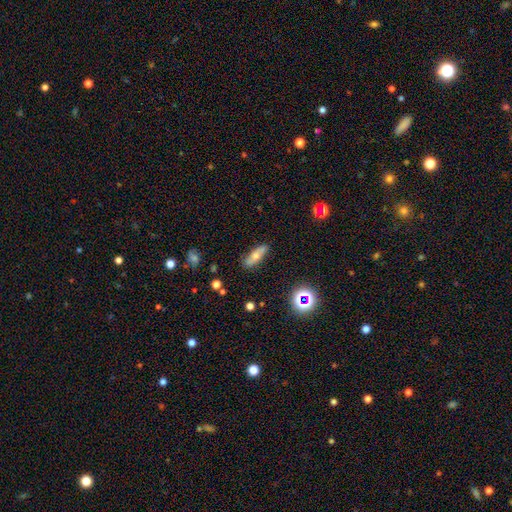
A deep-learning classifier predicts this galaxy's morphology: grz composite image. It shows a smooth galaxy with no disk features (55%) that is cigar-shaped (50%). Merging: none (84%).